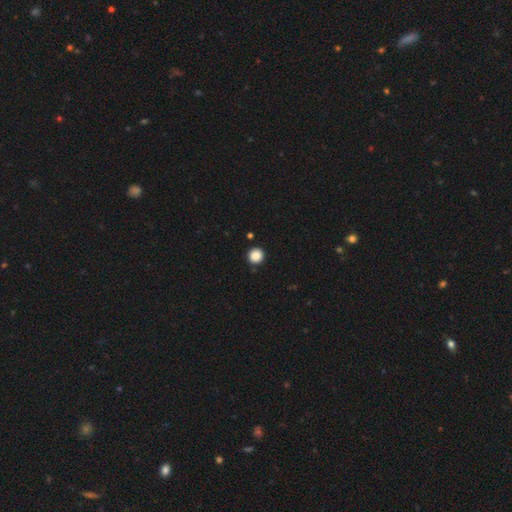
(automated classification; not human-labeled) Smooth or featured? Predicted: smooth (p=0.88). How rounded? Predicted: round (p=0.95). Merging? Predicted: none (p=0.92).